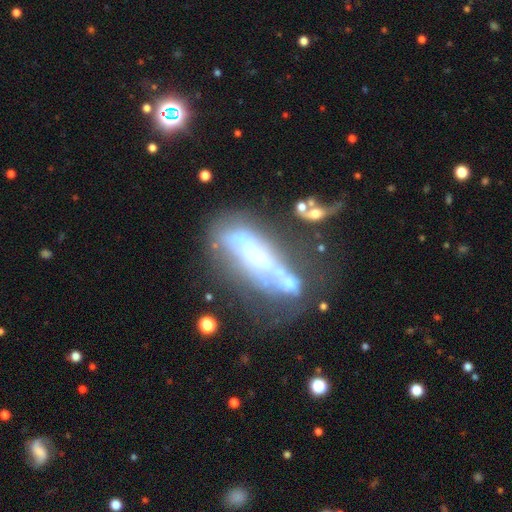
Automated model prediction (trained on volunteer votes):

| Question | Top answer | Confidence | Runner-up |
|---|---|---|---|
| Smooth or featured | featured or disk | 64% | smooth (24%) |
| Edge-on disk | no | 65% | yes (35%) |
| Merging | merger | 29% | major disturbance (28%) |